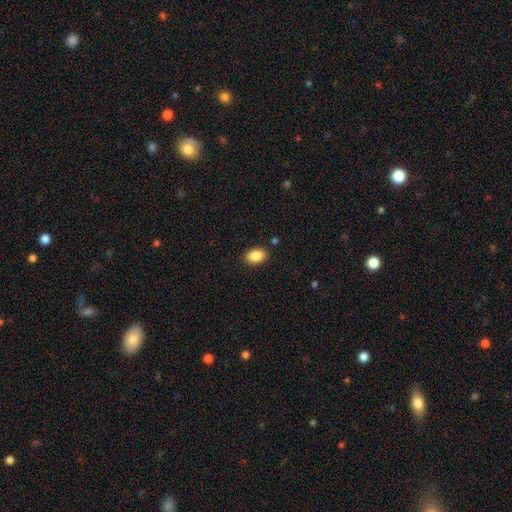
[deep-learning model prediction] This is clearly a smooth galaxy (88%). How rounded: clearly in between (88%). Merging: clearly none (87%).